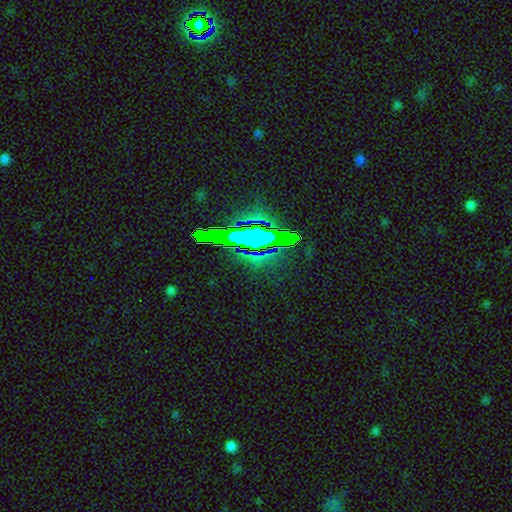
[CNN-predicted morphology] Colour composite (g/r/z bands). It shows a star or artifact, not a galaxy (64%).